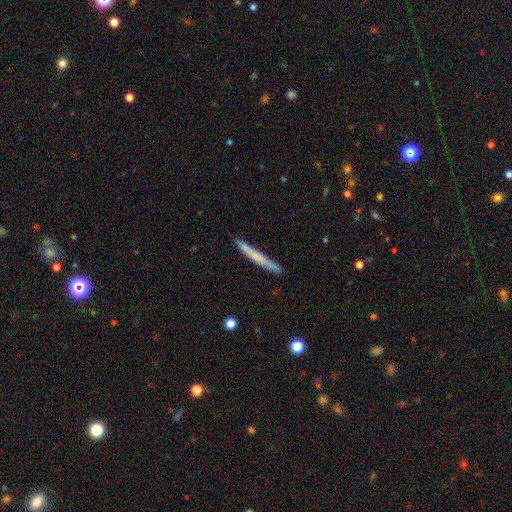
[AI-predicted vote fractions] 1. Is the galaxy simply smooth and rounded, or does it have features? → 62% smooth, 33% featured or disk, 6% star or artifact.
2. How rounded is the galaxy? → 97% cigar-shaped, 2% in between, 1% round.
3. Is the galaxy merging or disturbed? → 88% none, 9% minor disturbance, 2% major disturbance, 1% merger.